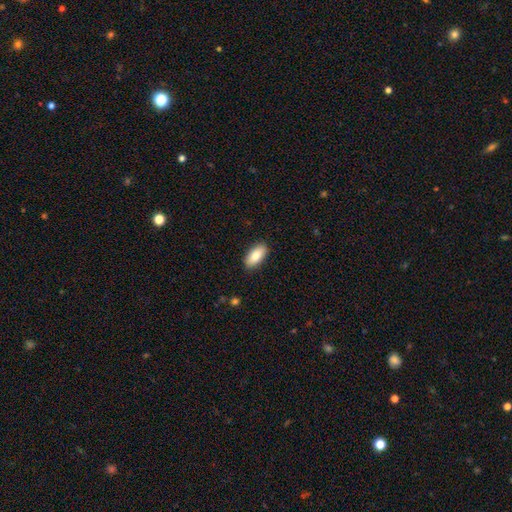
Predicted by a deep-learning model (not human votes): A smooth galaxy with no disk features (85%) that is in between round and cigar-shaped (90%).

Vote fractions:
- Smooth or featured? smooth: 85% / featured or disk: 9% / star or artifact: 6%
- How rounded? in between: 90% / cigar-shaped: 8% / round: 2%
- Merging? none: 89% / minor disturbance: 9% / major disturbance: 2% / merger: 1%